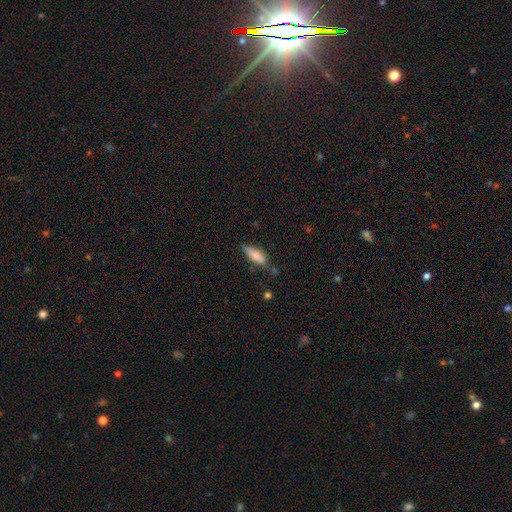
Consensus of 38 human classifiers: smooth 74%, featured or disk 18%, star or artifact 8%. Down the decision tree: how rounded — in between (50%, tied with cigar-shaped); merging — none (60%).